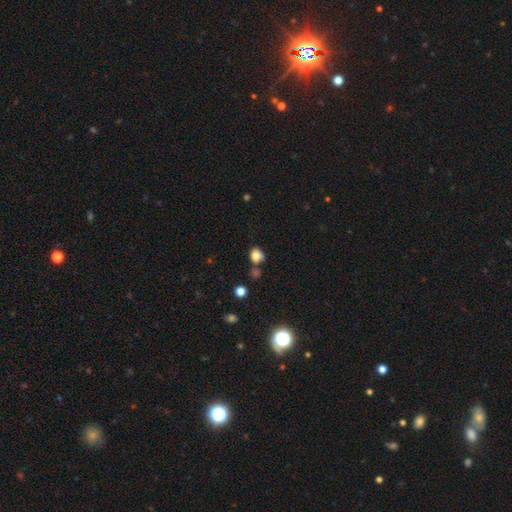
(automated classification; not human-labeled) Smooth or featured: smooth — 77% (star or artifact — 12%)
How rounded: round — 54% (in between — 45%)
Merging: none — 49% (minor disturbance — 23%)